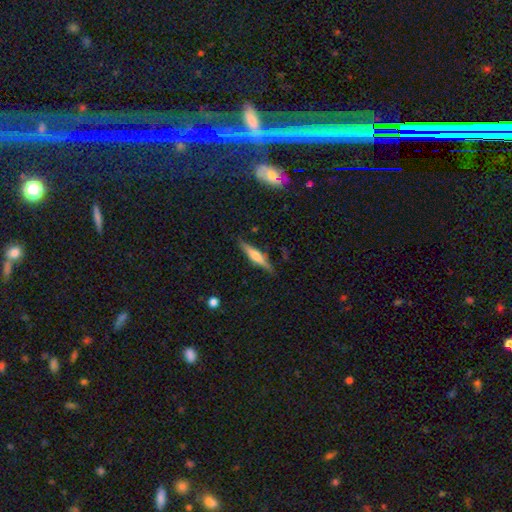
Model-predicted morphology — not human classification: The model was most divided on "smooth or featured": featured or disk: 55%, smooth: 38%, star or artifact: 7%. More confident: edge-on disk — yes (96%); merging — none (87%); edge-on bulge — rounded (76%).